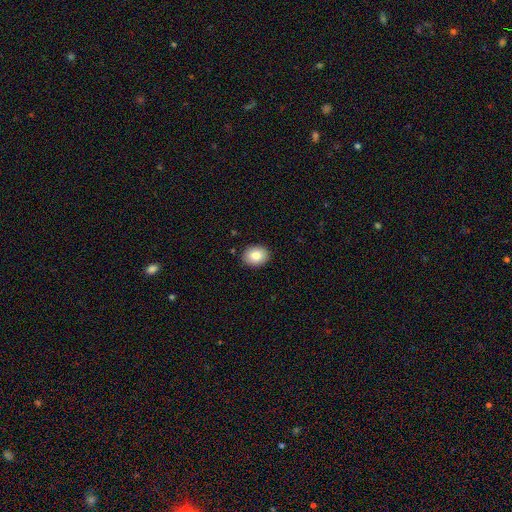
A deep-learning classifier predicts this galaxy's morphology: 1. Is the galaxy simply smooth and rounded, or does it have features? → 83% smooth, 9% featured or disk, 9% star or artifact.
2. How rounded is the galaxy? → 54% round, 45% in between, 1% cigar-shaped.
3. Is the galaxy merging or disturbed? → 90% none, 7% minor disturbance, 2% major disturbance, 1% merger.